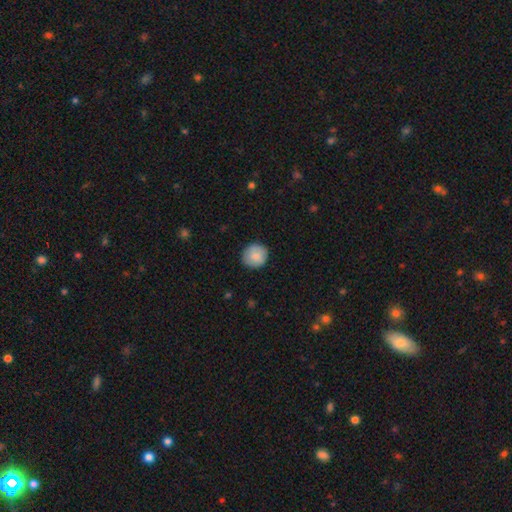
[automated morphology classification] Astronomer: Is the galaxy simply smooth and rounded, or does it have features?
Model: smooth — 84%.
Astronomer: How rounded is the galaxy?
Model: round — 92%.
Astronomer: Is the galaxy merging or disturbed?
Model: none — 88%.